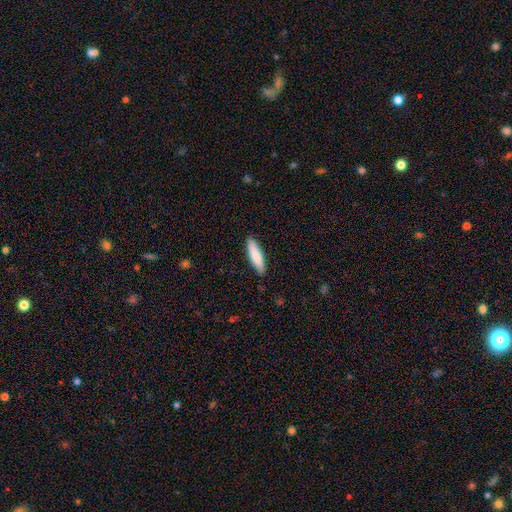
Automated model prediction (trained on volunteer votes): Morphology: type=smooth (82%); roundness=cigar-shaped (70%); merging=none (88%).